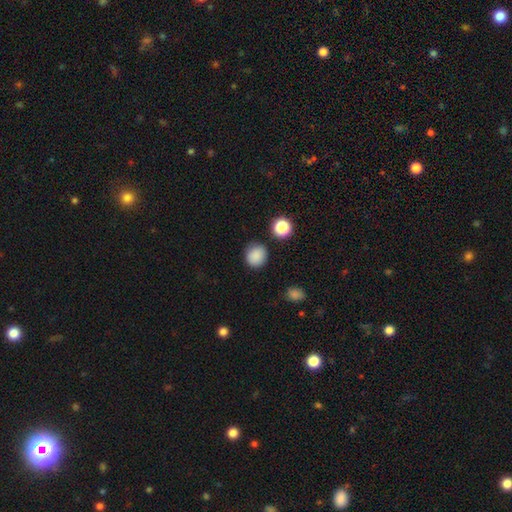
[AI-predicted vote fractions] The model was most divided on "how rounded": round: 87%, in between: 12%, cigar-shaped: 1%. More confident: smooth or featured — smooth (86%); merging — none (85%).